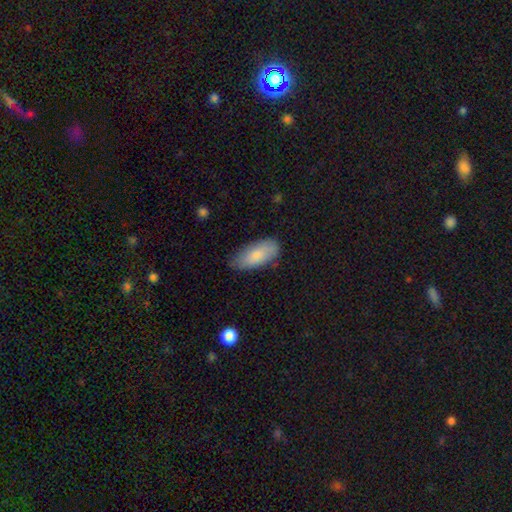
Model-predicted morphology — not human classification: The model was most divided on "merging": none: 75%, minor disturbance: 20%, major disturbance: 3%, merger: 1%. More confident: how rounded — in between (88%); smooth or featured — smooth (82%).